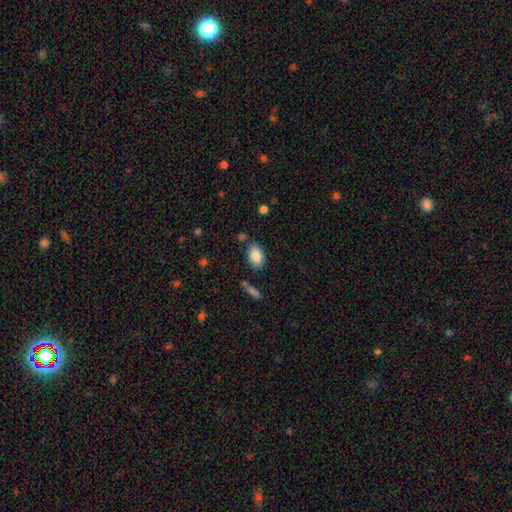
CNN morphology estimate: type=smooth (85%); roundness=in between (90%); merging=none (77%).